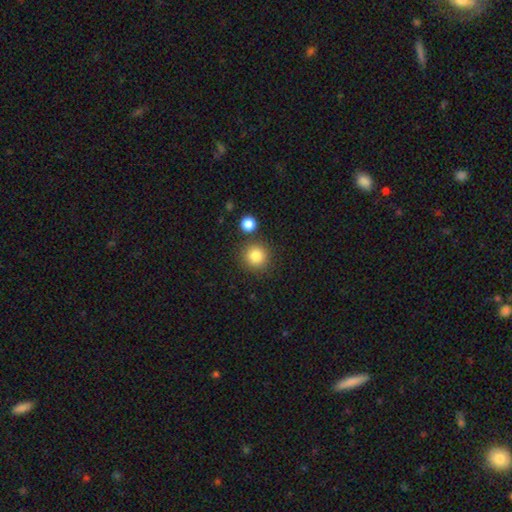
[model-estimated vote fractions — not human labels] Q: Smooth or featured?
A: smooth (84%); runner-up: star or artifact (10%)
Q: How rounded?
A: round (93%); runner-up: in between (6%)
Q: Merging?
A: none (83%); runner-up: minor disturbance (8%)